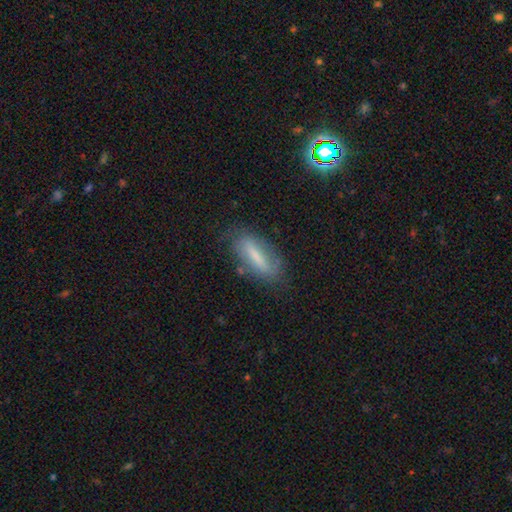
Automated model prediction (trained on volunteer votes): This appears to be a smooth galaxy with no disk features (54%) that is cigar-shaped (52%). Merging: none (74%).